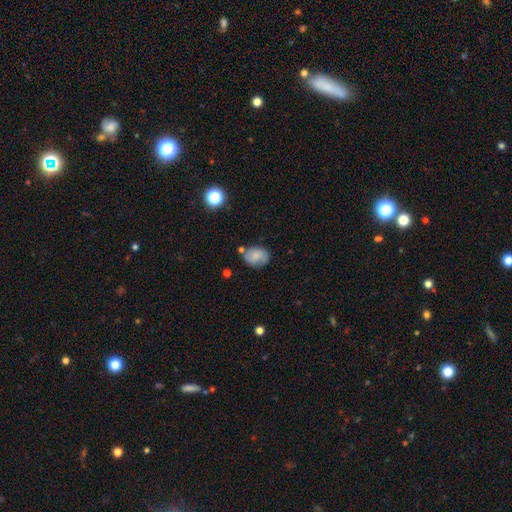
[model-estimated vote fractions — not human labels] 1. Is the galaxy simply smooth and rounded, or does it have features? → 75% smooth, 16% featured or disk, 9% star or artifact.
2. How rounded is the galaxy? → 64% in between, 34% round, 1% cigar-shaped.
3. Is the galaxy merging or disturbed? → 66% none, 22% minor disturbance, 6% merger, 5% major disturbance.